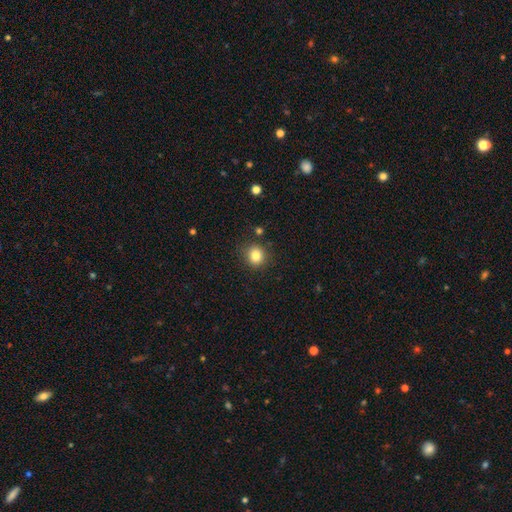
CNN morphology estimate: type=smooth (83%); roundness=round (86%); merging=none (86%).